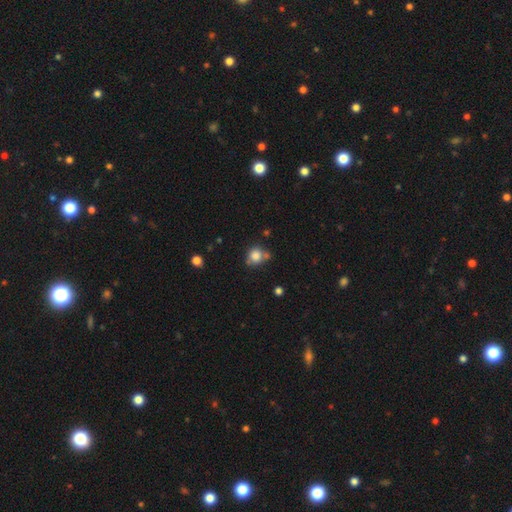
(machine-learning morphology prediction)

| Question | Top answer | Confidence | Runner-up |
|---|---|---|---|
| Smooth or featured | smooth | 82% | star or artifact (11%) |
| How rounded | round | 81% | in between (18%) |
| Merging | none | 58% | minor disturbance (19%) |